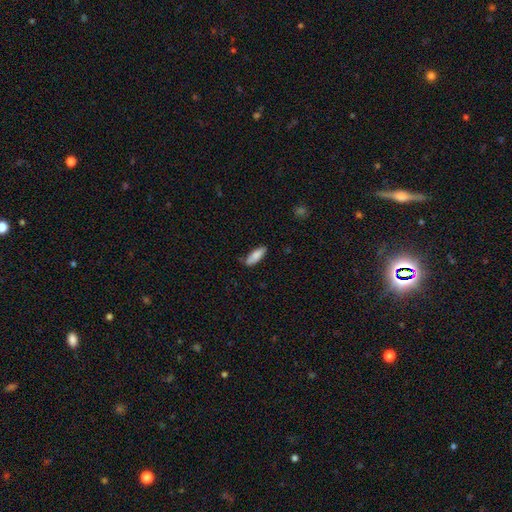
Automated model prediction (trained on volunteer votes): The model was most divided on "how rounded": in between: 64%, cigar-shaped: 35%, round: 2%. More confident: smooth or featured — smooth (83%); merging — none (79%).